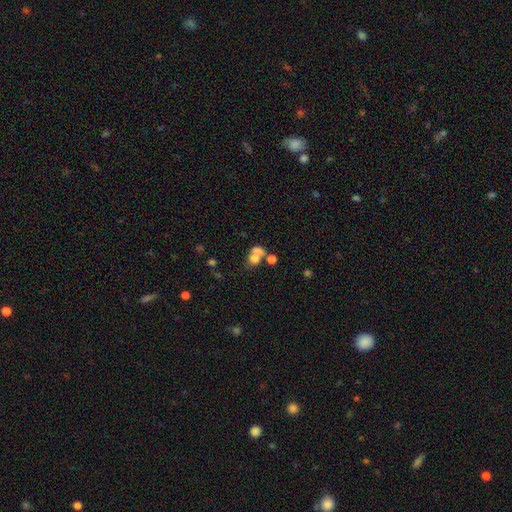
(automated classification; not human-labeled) Morphology: type=smooth (67%); roundness=round (57%); merging=merger (60%).